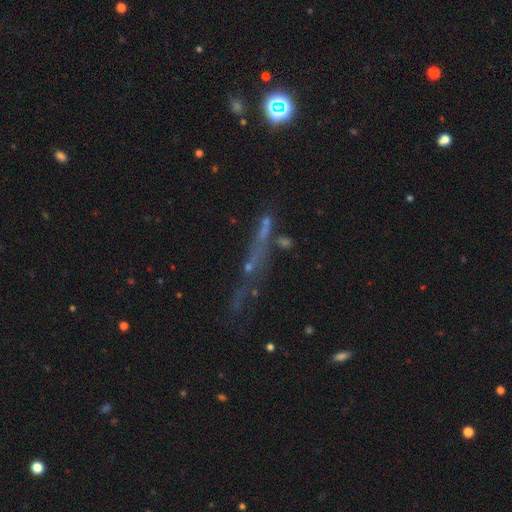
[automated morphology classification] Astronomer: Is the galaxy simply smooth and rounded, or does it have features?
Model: star or artifact — 38% (runner-up: featured or disk, 36%).